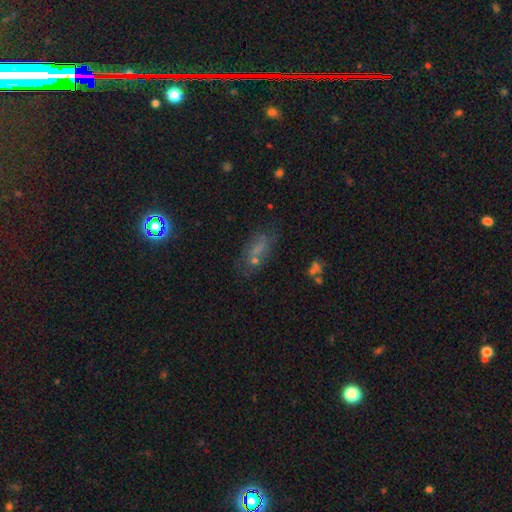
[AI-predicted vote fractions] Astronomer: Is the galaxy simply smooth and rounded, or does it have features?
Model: smooth — 41% (runner-up: star or artifact, 36%).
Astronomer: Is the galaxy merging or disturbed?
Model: none — 63%.